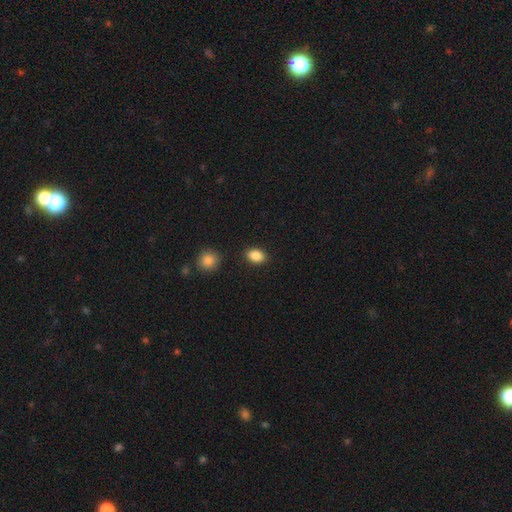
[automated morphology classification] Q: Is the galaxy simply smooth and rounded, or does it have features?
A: smooth — 87%.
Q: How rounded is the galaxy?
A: in between — 83%.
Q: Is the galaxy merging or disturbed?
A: none — 88%.